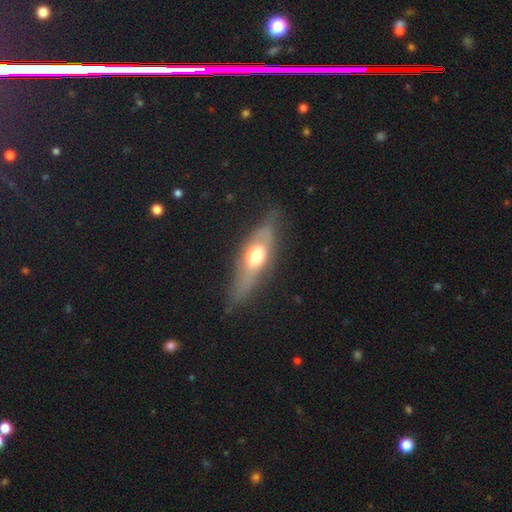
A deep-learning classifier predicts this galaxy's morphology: A featured or disk galaxy (50%). Merging: none (74%).